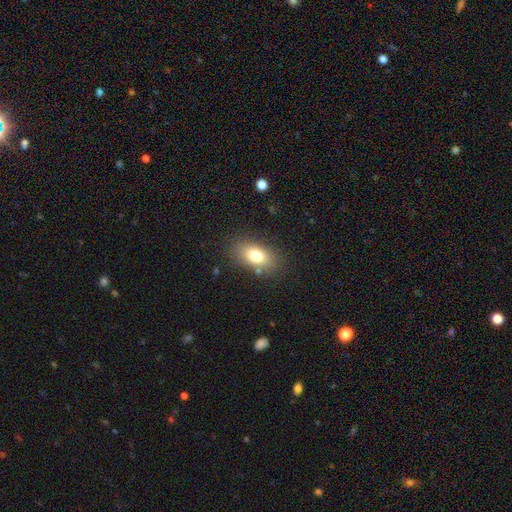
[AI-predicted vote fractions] smooth_or_featured: smooth (p=0.76) [alt: featured or disk p=0.14]
how_rounded: in between (p=0.87) [alt: round p=0.09]
merging: none (p=0.82) [alt: minor disturbance p=0.11]